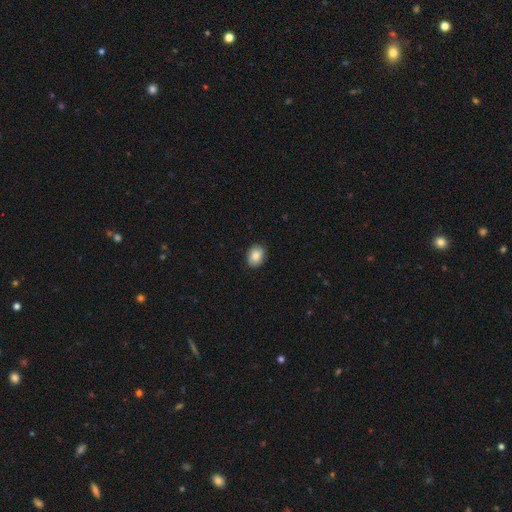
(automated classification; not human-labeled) smooth 85%, featured or disk 8%, star or artifact 7%. Down the decision tree: how rounded — in between (67%); merging — none (84%).